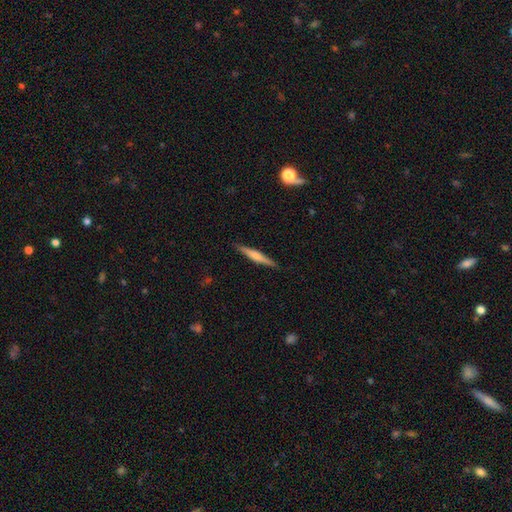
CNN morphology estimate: Smooth or featured: featured or disk — 50% (smooth — 44%)
Edge-on disk: yes — 97% (no — 3%)
Merging: none — 90% (minor disturbance — 7%)